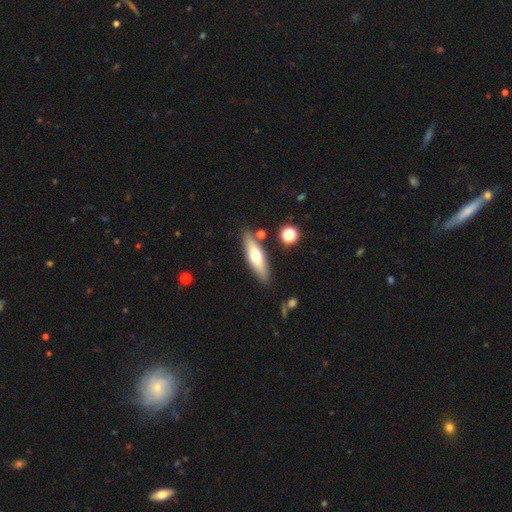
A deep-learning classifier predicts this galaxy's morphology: Overall: smooth (53%; featured or disk 40%). How rounded: cigar-shaped (62%; in between 36%). Merging: none (83%).